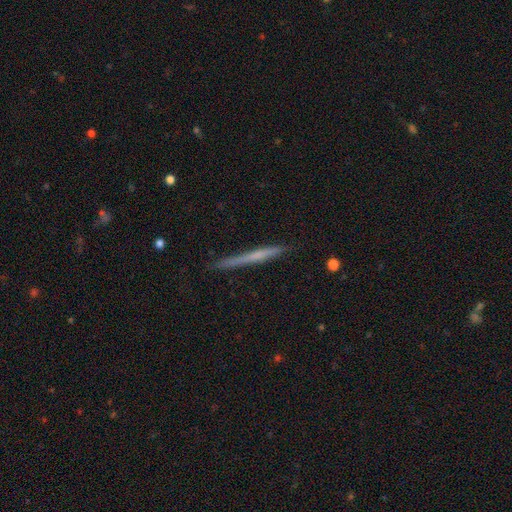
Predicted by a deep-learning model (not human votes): Morphology: type=featured or disk (49%); merging=none (85%).